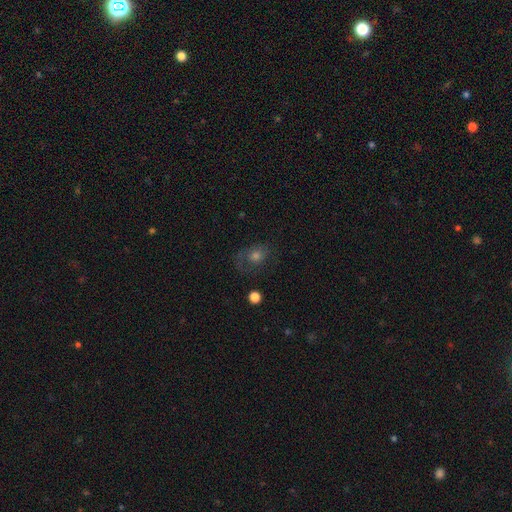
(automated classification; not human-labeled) A smooth galaxy with no disk features (44%). Merging: none (57%).